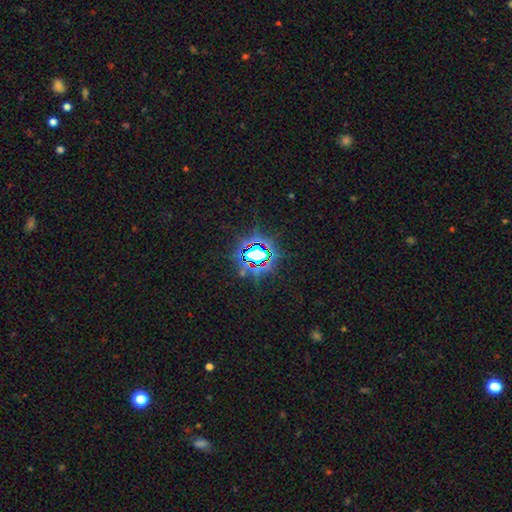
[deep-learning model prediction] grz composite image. It shows a star or artifact, not a galaxy (76%).